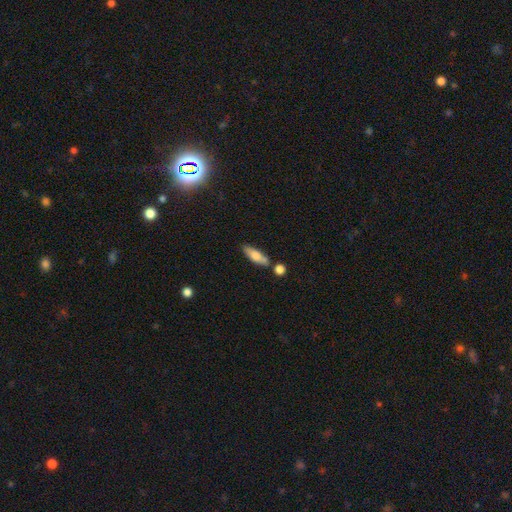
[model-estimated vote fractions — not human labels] Smooth or featured? smooth (70%)
How rounded? in between (57%)
Merging? none (68%)